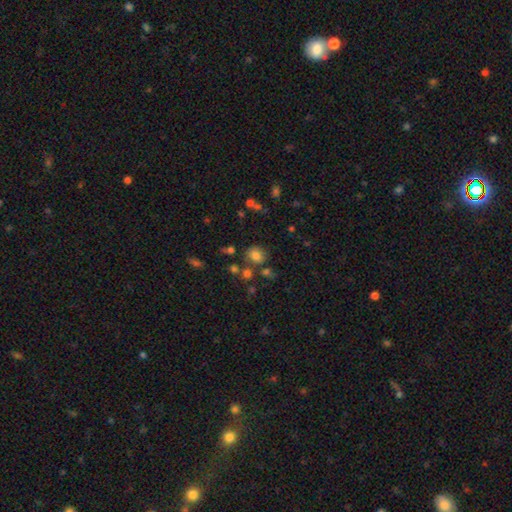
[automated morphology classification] Smooth or featured? Predicted: smooth (p=0.76). How rounded? Predicted: round (p=0.59). Merging? Predicted: none (p=0.70).